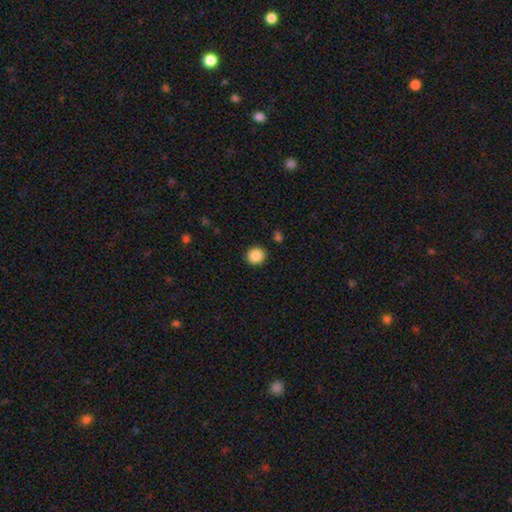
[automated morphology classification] smooth_or_featured: smooth (p=0.87) [alt: star or artifact p=0.09]
how_rounded: round (p=0.90) [alt: in between p=0.09]
merging: none (p=0.91) [alt: minor disturbance p=0.05]